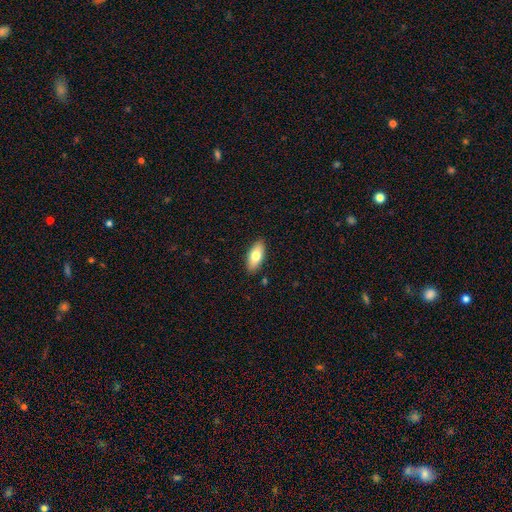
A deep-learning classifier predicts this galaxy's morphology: The model was most divided on "smooth or featured": smooth: 75%, featured or disk: 19%, star or artifact: 6%. More confident: merging — none (89%); how rounded — in between (86%).